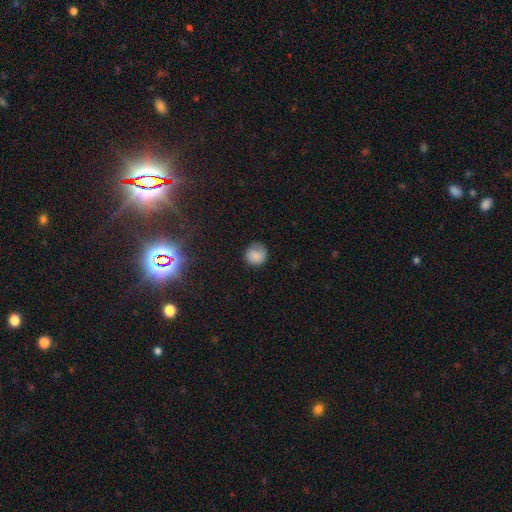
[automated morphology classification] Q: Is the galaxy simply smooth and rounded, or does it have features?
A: smooth — 84%.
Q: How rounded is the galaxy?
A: round — 90%.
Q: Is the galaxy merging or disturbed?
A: none — 79%.